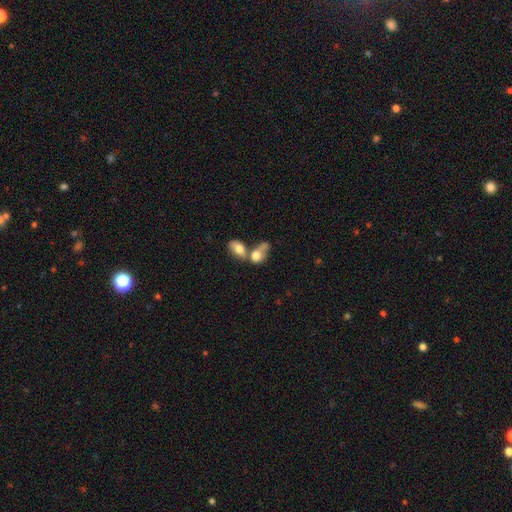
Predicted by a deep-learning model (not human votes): Q: Smooth or featured?
A: smooth (71%); runner-up: featured or disk (20%)
Q: How rounded?
A: in between (71%); runner-up: round (26%)
Q: Merging?
A: merger (74%); runner-up: none (12%)